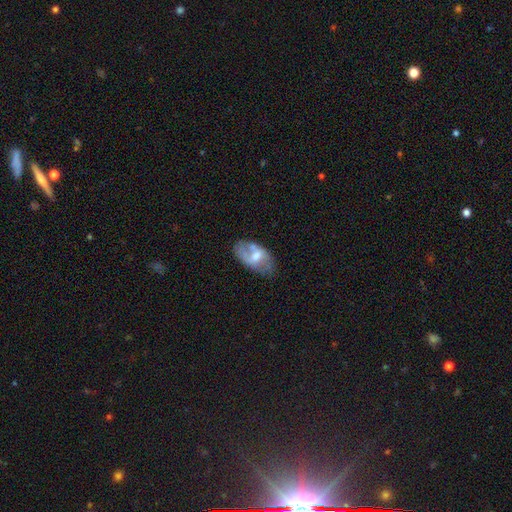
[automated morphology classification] smooth-or-featured: featured or disk: 47% | smooth: 46% | star or artifact: 7%
  merging: none: 48% | minor disturbance: 28% | major disturbance: 13% | merger: 11%